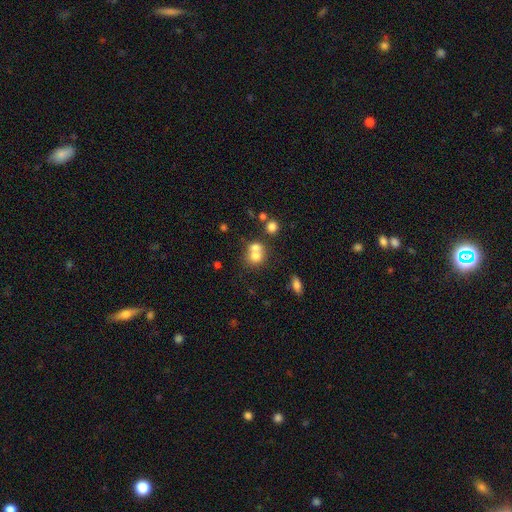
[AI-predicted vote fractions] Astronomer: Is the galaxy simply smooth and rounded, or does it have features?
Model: smooth — 70%.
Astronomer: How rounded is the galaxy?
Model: round — 73%.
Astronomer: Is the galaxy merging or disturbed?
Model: merger — 58%.